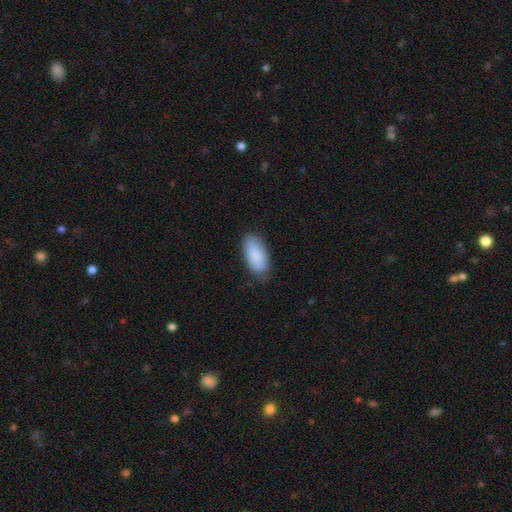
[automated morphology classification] Q: Smooth or featured?
A: smooth (88%); runner-up: star or artifact (6%)
Q: How rounded?
A: in between (91%); runner-up: cigar-shaped (7%)
Q: Merging?
A: none (80%); runner-up: minor disturbance (16%)